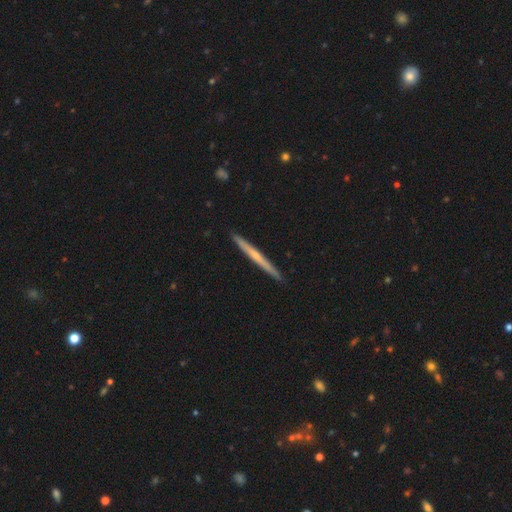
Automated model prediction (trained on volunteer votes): This appears to be a featured or disk galaxy (58%) viewed edge-on (98%) with no central bulge (57%). Merging: none (92%).